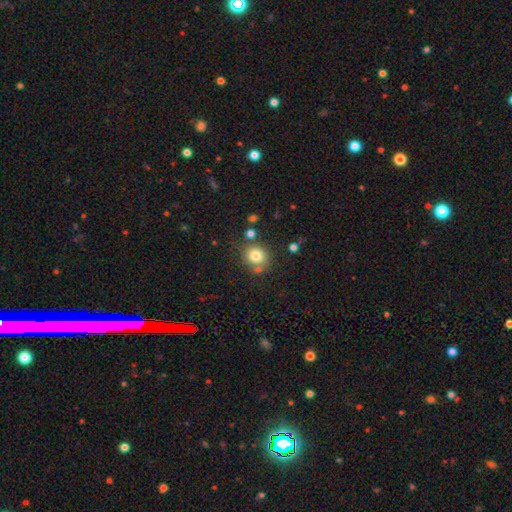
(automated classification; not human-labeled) Smooth or featured: smooth — 79% (star or artifact — 12%)
How rounded: round — 82% (in between — 17%)
Merging: none — 73% (minor disturbance — 12%)